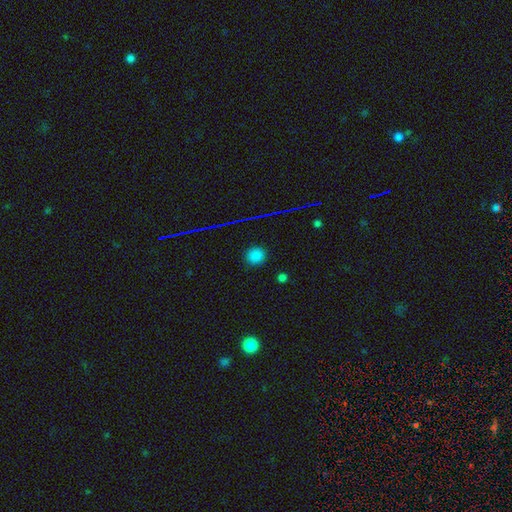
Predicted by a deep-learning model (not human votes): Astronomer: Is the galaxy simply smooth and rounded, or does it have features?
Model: smooth — 78%.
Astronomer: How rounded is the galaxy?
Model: round — 91%.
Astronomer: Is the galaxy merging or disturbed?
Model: none — 90%.